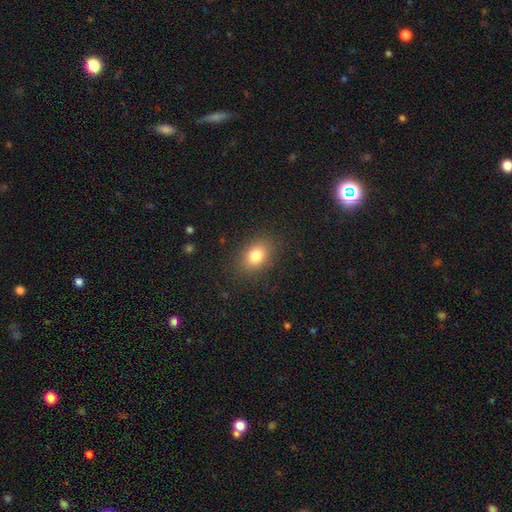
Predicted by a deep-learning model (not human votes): A smooth galaxy with no disk features (81%) that is in between round and cigar-shaped (74%). Merging: none (85%).